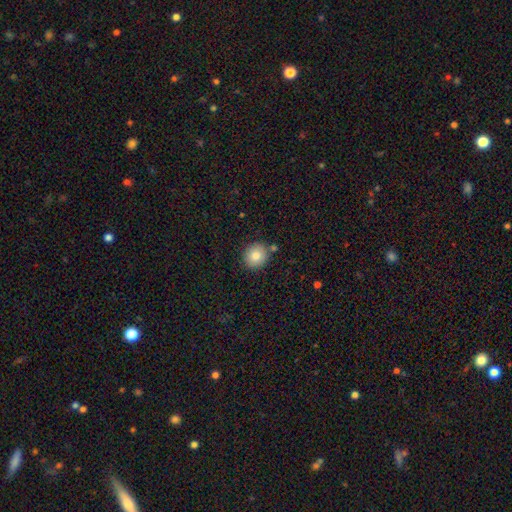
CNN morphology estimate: Smooth or featured: smooth — 82% (star or artifact — 9%)
How rounded: round — 85% (in between — 14%)
Merging: none — 80% (minor disturbance — 10%)